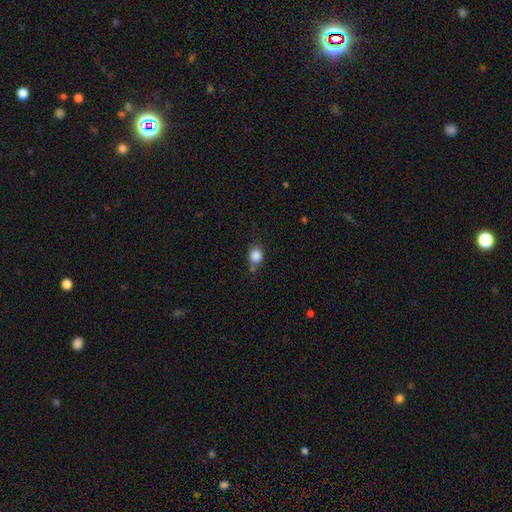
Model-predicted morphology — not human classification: Overall: smooth (85%). How rounded: round (63%; in between 36%). Merging: none (62%; minor disturbance 22%).